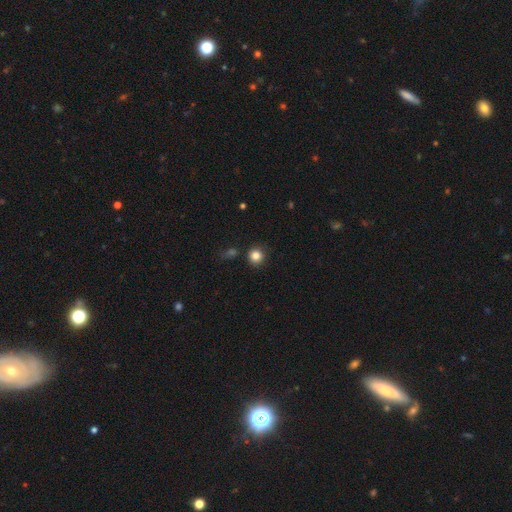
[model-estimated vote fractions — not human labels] smooth_or_featured: smooth (p=0.83) [alt: star or artifact p=0.12]
how_rounded: round (p=0.93) [alt: in between p=0.06]
merging: none (p=0.85) [alt: minor disturbance p=0.09]